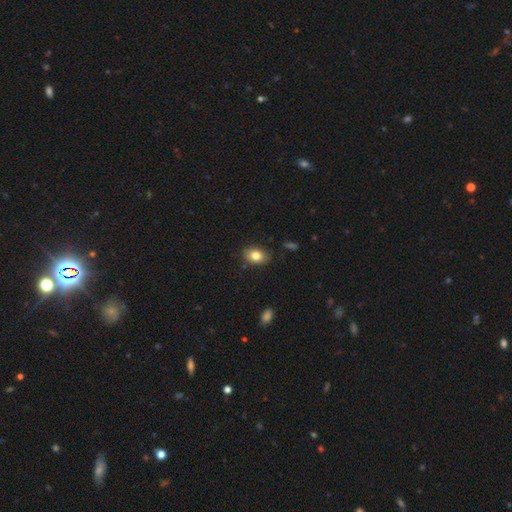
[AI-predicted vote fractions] The model was most divided on "how rounded": in between: 79%, round: 20%, cigar-shaped: 1%. More confident: merging — none (85%); smooth or featured — smooth (82%).